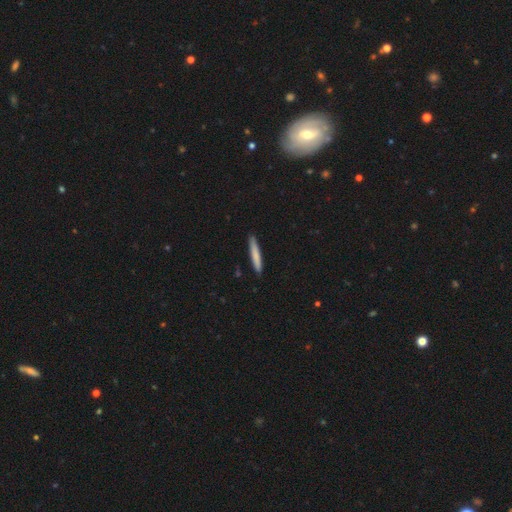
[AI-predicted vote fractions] Overall: smooth (79%). How rounded: cigar-shaped (95%). Merging: none (90%).